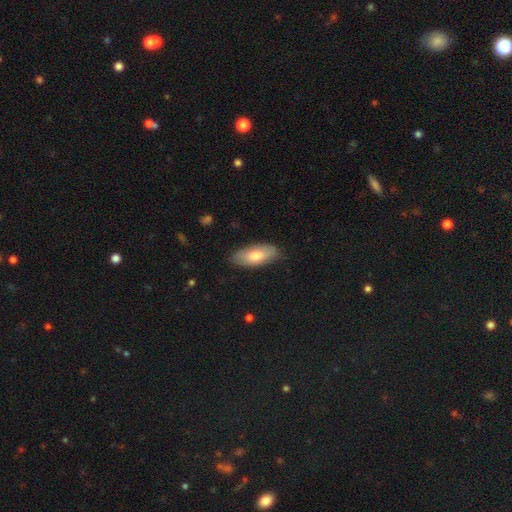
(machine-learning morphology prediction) Smooth or featured?
  - smooth: 75% *
  - featured or disk: 20%
  - star or artifact: 5%
How rounded?
  - in between: 84% *
  - cigar-shaped: 14%
  - round: 2%
Merging?
  - none: 84% *
  - minor disturbance: 13%
  - major disturbance: 2%
  - merger: 1%